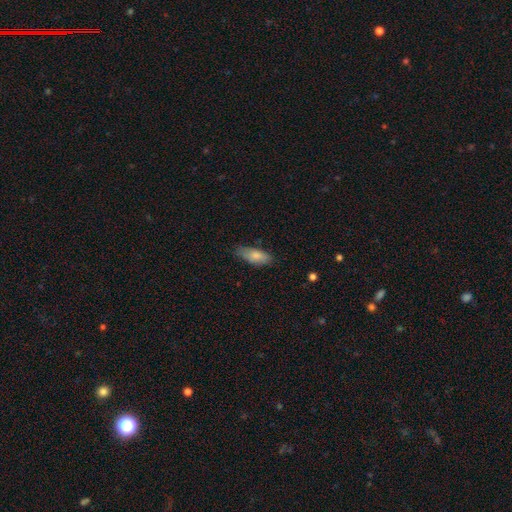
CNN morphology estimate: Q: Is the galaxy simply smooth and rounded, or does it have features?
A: smooth — 80%.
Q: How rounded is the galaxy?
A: in between — 76%.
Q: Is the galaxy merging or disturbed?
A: none — 72%.